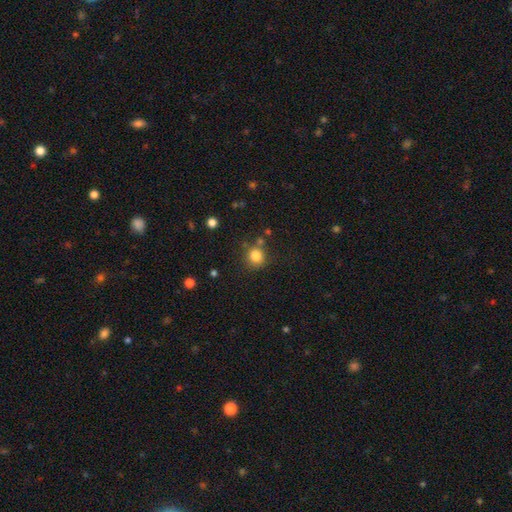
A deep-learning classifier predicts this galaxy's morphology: Smooth or featured? Predicted: smooth (p=0.82). How rounded? Predicted: round (p=0.89). Merging? Predicted: none (p=0.76).